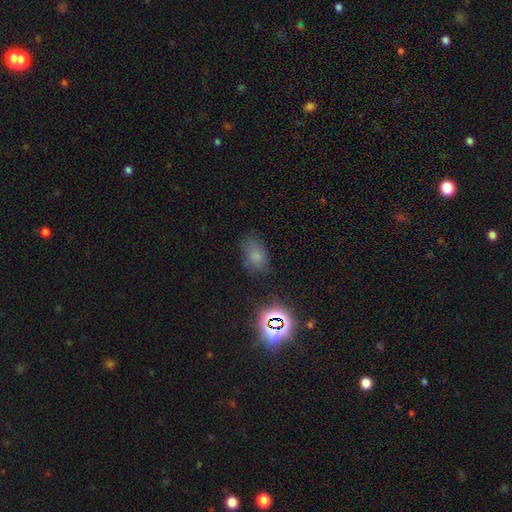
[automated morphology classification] Smooth or featured?
  - smooth: 68% *
  - star or artifact: 22%
  - featured or disk: 10%
How rounded?
  - in between: 82% *
  - round: 17%
  - cigar-shaped: 2%
Merging?
  - none: 67% *
  - minor disturbance: 22%
  - major disturbance: 8%
  - merger: 3%